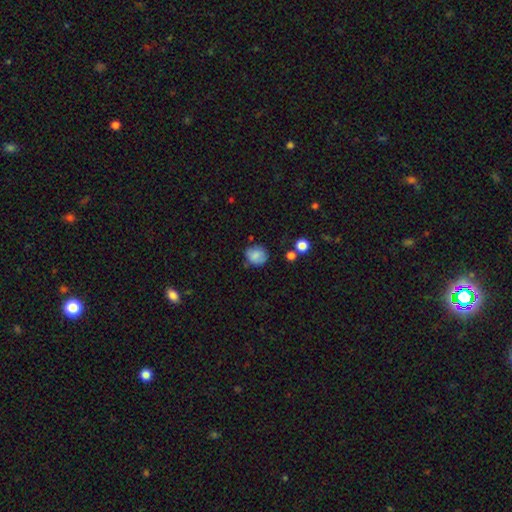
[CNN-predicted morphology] smooth-or-featured: smooth: 81% | featured or disk: 9% | star or artifact: 9%
  how-rounded: round: 74% | in between: 25% | cigar-shaped: 1%
  merging: none: 71% | minor disturbance: 21% | major disturbance: 5% | merger: 4%